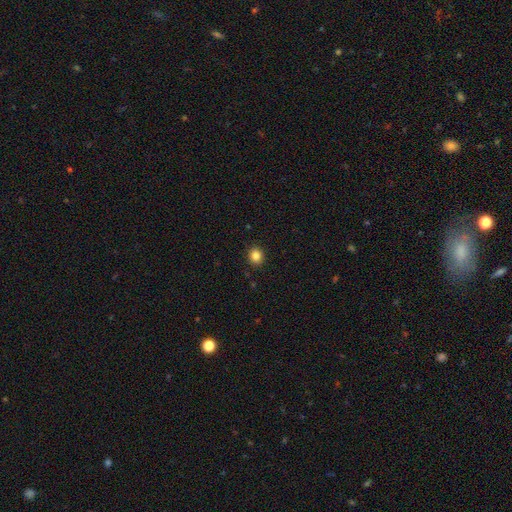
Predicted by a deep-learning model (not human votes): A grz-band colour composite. It shows a smooth galaxy with no disk features (84%) that is round (78%). Merging: none (91%).